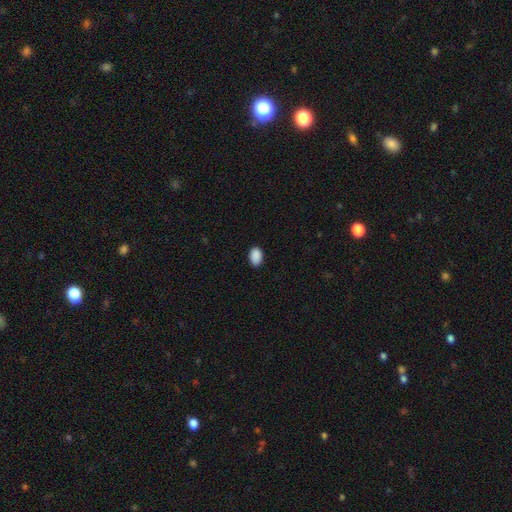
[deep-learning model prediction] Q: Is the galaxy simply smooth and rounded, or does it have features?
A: smooth — 90%.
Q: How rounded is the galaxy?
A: in between — 87%.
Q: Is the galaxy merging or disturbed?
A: none — 87%.